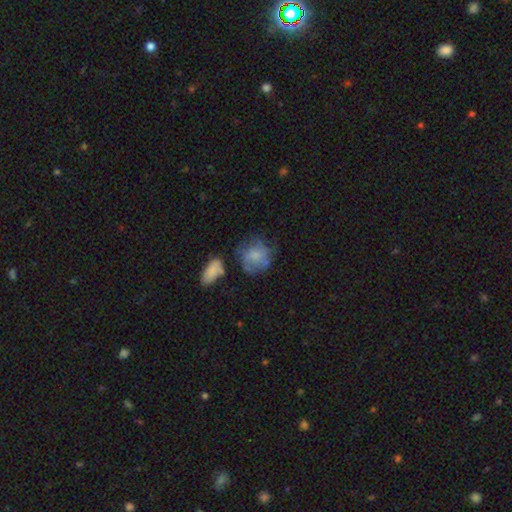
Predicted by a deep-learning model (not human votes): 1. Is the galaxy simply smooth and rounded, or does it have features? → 57% smooth, 34% featured or disk, 9% star or artifact.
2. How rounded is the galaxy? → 74% round, 25% in between, 1% cigar-shaped.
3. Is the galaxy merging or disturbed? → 50% none, 24% minor disturbance, 19% major disturbance, 7% merger.